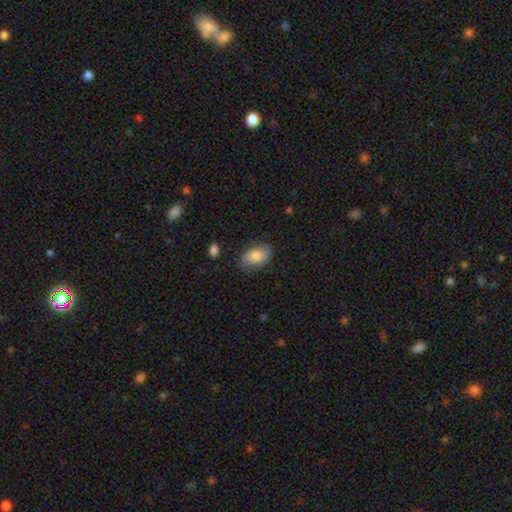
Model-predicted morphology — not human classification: smooth 71%, featured or disk 22%, star or artifact 7%. Down the decision tree: how rounded — in between (91%); merging — none (74%).